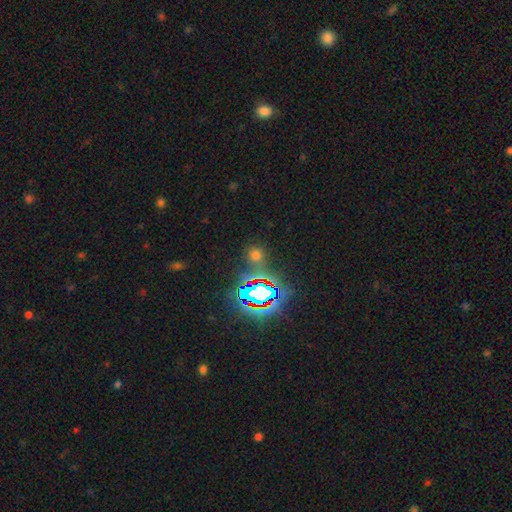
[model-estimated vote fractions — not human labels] star or artifact 46% (tied), smooth 46% (tied), featured or disk 8%.